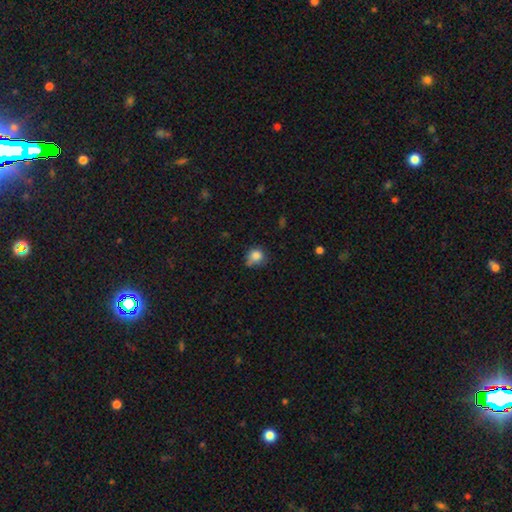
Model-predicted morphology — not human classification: A smooth galaxy with no disk features (83%) that is round (78%). Merging: none (51%).